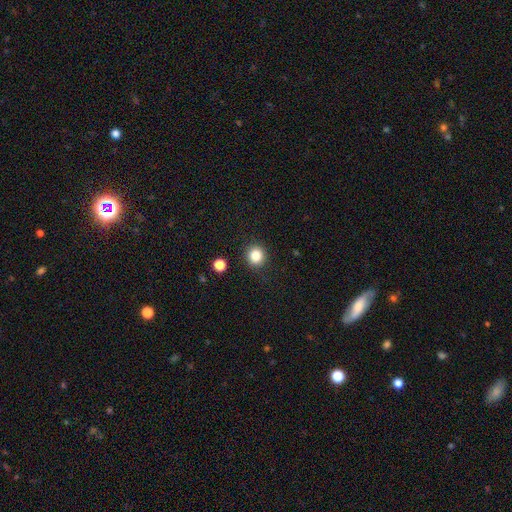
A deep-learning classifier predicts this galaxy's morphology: This appears to be a smooth galaxy with no disk features (84%) that is round (91%). Merging: none (89%).